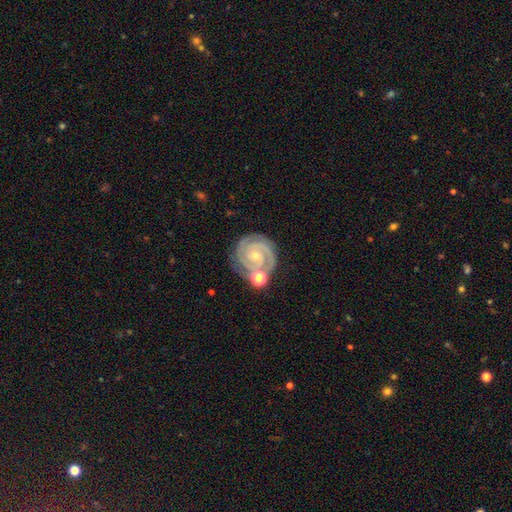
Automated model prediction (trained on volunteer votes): The model was most divided on "spiral arm count": 2: 49%, 3: 32%, can't tell: 8%, 4: 5%, 1: 3%, more than 4: 3%. More confident: spiral arms — yes (98%); edge-on disk — no (98%); smooth or featured — featured or disk (89%); spiral winding — tight (79%); bar — no (71%); bulge size — small (70%); merging — none (68%).